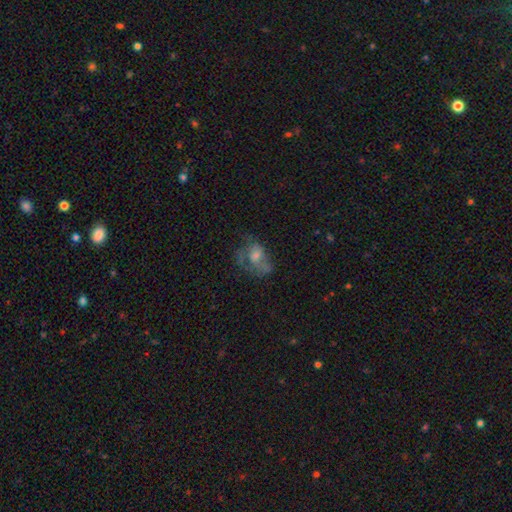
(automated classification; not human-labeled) Q: Smooth or featured?
A: featured or disk (55%); runner-up: smooth (31%)
Q: Edge-on disk?
A: no (97%); runner-up: yes (3%)
Q: Bar?
A: no (75%); runner-up: weak (22%)
Q: Spiral arms?
A: yes (51%); runner-up: no (49%)
Q: Bulge size?
A: moderate (43%); runner-up: small (32%)
Q: Merging?
A: none (40%); runner-up: major disturbance (35%)